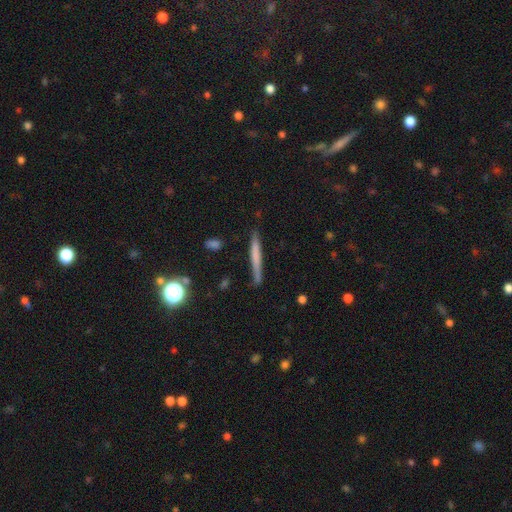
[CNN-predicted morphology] Smooth or featured: smooth — 57% (featured or disk — 35%)
How rounded: cigar-shaped — 95% (in between — 3%)
Merging: none — 82% (minor disturbance — 13%)